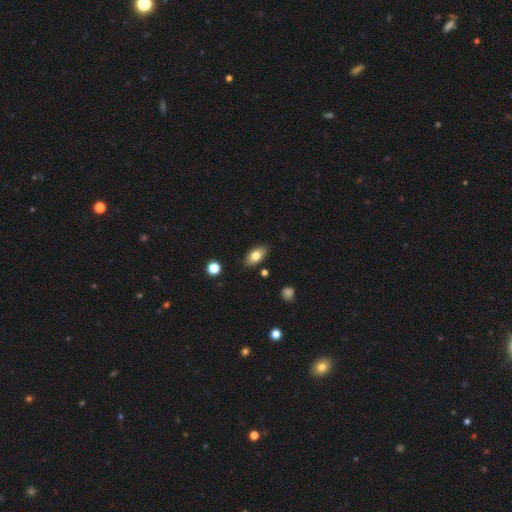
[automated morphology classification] Smooth or featured?
  - smooth: 79% *
  - featured or disk: 13%
  - star or artifact: 7%
How rounded?
  - in between: 91% *
  - cigar-shaped: 5%
  - round: 4%
Merging?
  - none: 86% *
  - minor disturbance: 10%
  - major disturbance: 2%
  - merger: 2%